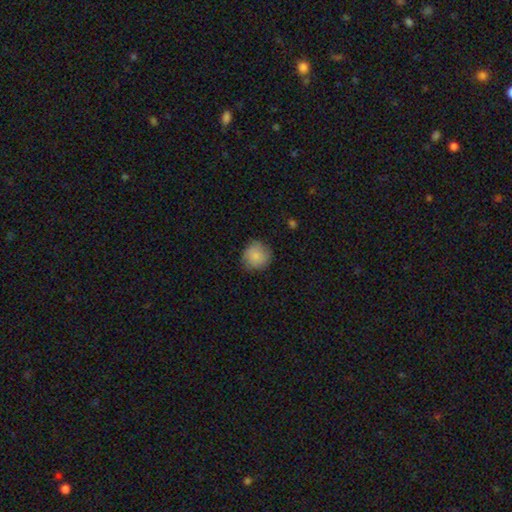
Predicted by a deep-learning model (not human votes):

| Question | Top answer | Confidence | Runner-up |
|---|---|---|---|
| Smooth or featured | smooth | 86% | star or artifact (8%) |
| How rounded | round | 91% | in between (8%) |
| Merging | none | 82% | minor disturbance (14%) |